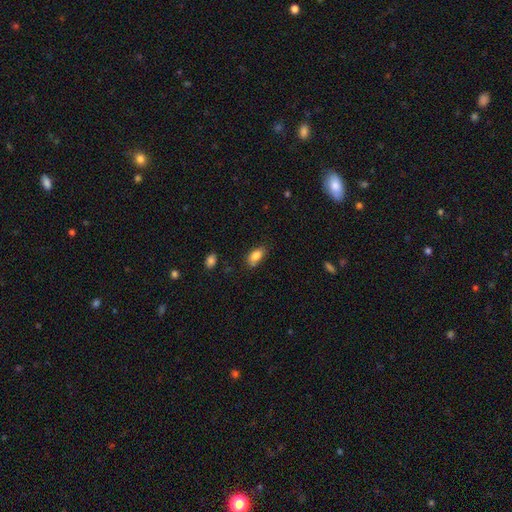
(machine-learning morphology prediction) The model was most divided on "merging": none: 69%, minor disturbance: 23%, major disturbance: 5%, merger: 3%. More confident: how rounded — in between (89%); smooth or featured — smooth (84%).